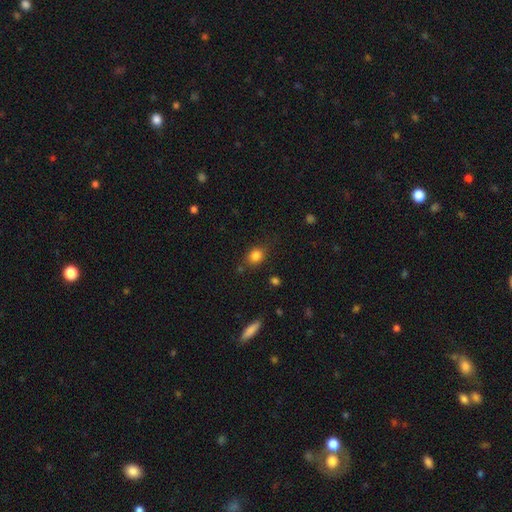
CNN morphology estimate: Smooth or featured?
  - smooth: 83% *
  - star or artifact: 11%
  - featured or disk: 6%
How rounded?
  - round: 54% *
  - in between: 44%
  - cigar-shaped: 1%
Merging?
  - none: 76% *
  - minor disturbance: 16%
  - major disturbance: 5%
  - merger: 4%